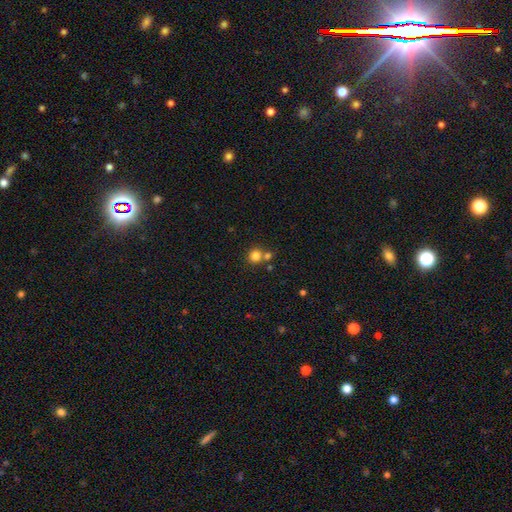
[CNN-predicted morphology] This is clearly a smooth galaxy (81%). How rounded: clearly round (87%). Merging: likely none (62%).